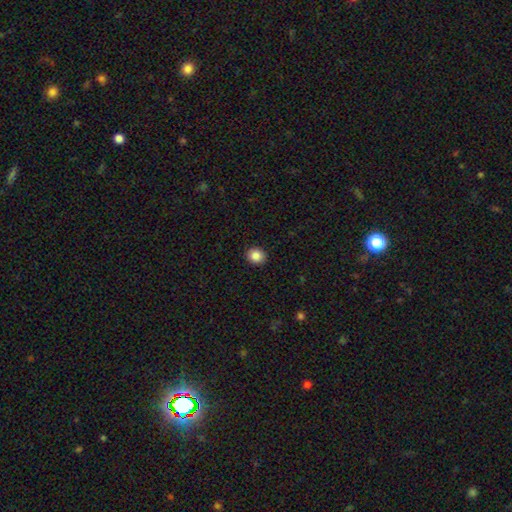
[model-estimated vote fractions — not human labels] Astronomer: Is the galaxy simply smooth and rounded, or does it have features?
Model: smooth — 86%.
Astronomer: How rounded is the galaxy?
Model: round — 75%.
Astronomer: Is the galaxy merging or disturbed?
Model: none — 92%.